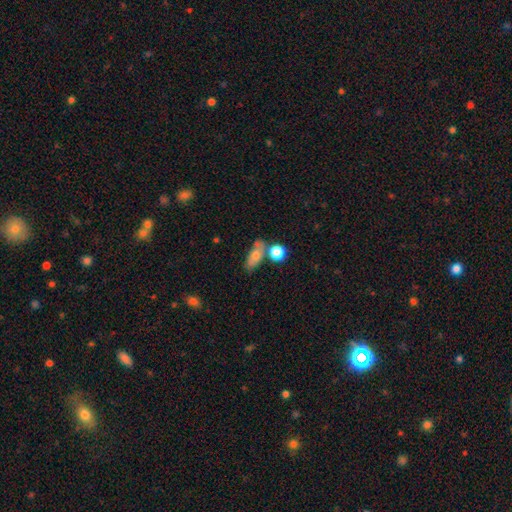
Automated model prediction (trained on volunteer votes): Smooth or featured?
  - smooth: 70% *
  - featured or disk: 20%
  - star or artifact: 10%
How rounded?
  - in between: 71% *
  - cigar-shaped: 17%
  - round: 12%
Merging?
  - none: 54% *
  - merger: 21%
  - minor disturbance: 18%
  - major disturbance: 7%